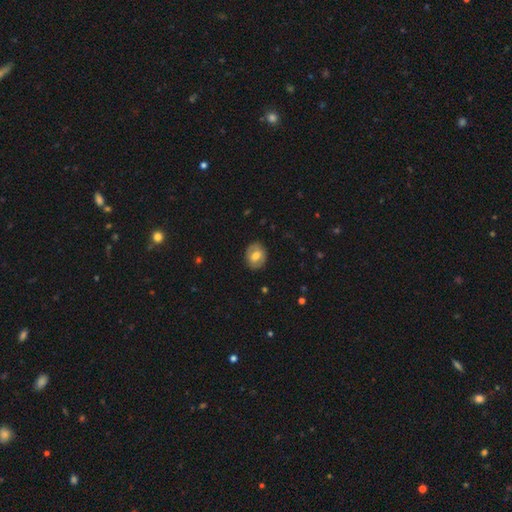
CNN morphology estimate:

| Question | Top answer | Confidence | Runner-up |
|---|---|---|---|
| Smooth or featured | smooth | 59% | featured or disk (34%) |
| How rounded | round | 56% | in between (43%) |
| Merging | none | 86% | minor disturbance (10%) |